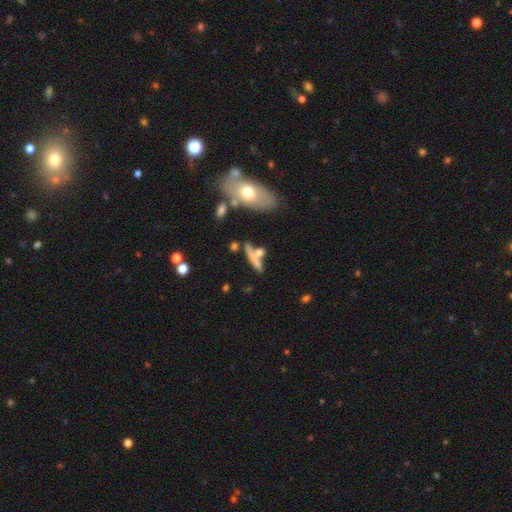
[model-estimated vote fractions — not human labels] The model was most divided on "merging": none: 47%, merger: 31%, minor disturbance: 14%, major disturbance: 8%. More confident: how rounded — cigar-shaped (73%); smooth or featured — smooth (56%).